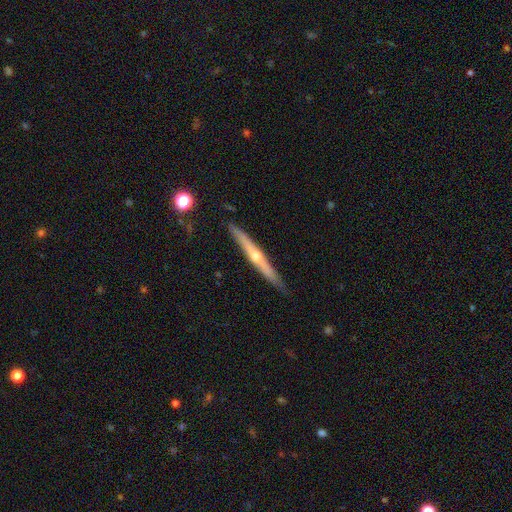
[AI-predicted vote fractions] This is likely a featured or disk galaxy (70%). It is clearly viewed edge-on (97%). Edge-on bulge: clearly rounded (83%). Merging: clearly none (88%).